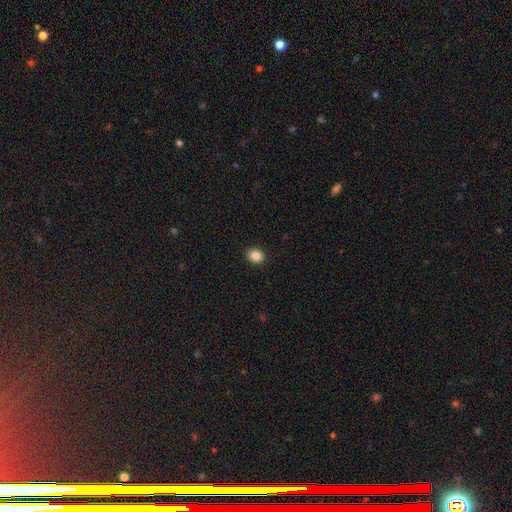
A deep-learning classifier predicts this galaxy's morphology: A smooth galaxy with no disk features (86%) that is round (60%). Merging: none (90%).